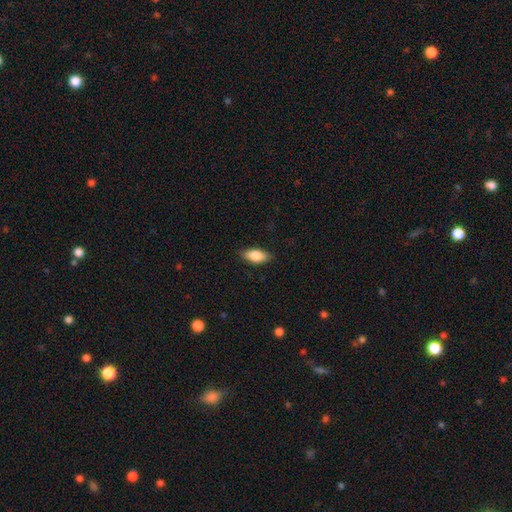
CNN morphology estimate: Q: Smooth or featured?
A: smooth (81%); runner-up: featured or disk (12%)
Q: How rounded?
A: in between (87%); runner-up: cigar-shaped (10%)
Q: Merging?
A: none (84%); runner-up: minor disturbance (12%)